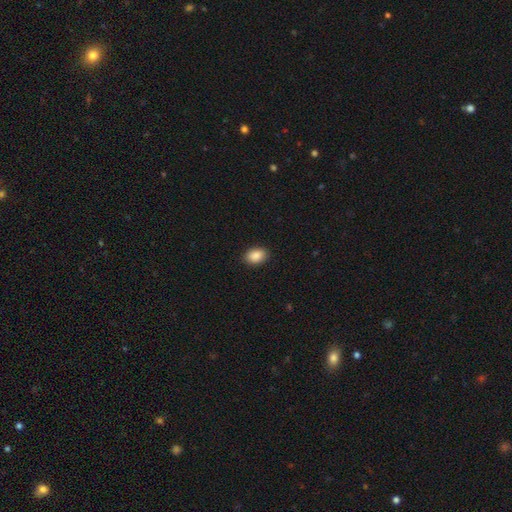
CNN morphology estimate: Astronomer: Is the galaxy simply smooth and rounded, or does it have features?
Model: smooth — 89%.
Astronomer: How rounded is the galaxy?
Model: in between — 84%.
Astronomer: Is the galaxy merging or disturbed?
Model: none — 90%.